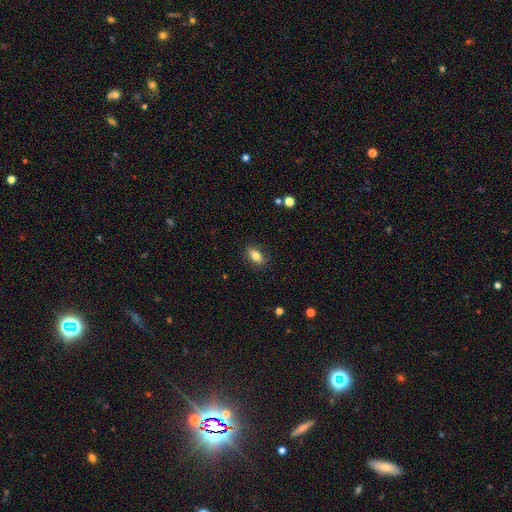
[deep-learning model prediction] smooth_or_featured: smooth (p=0.80) [alt: featured or disk p=0.12]
how_rounded: in between (p=0.86) [alt: cigar-shaped p=0.07]
merging: none (p=0.86) [alt: minor disturbance p=0.11]